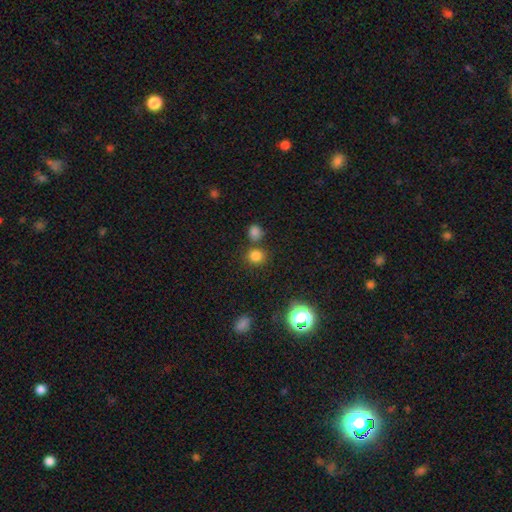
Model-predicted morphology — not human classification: smooth 78%, star or artifact 17%, featured or disk 5%. Down the decision tree: how rounded — round (85%); merging — none (73%).